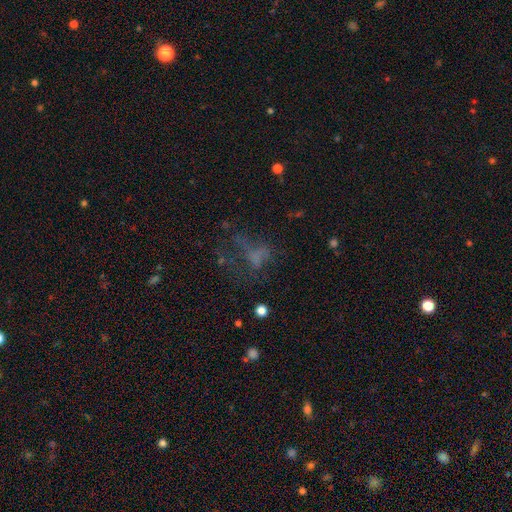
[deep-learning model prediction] smooth-or-featured: smooth: 39% | featured or disk: 31% | star or artifact: 30%
  merging: major disturbance: 40% | none: 38% | minor disturbance: 17% | merger: 6%